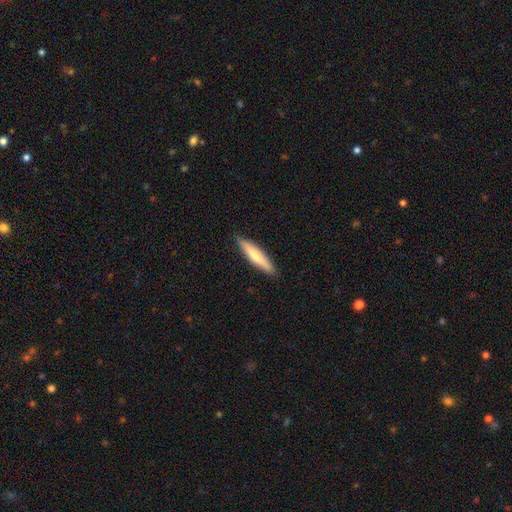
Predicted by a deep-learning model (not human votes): A smooth galaxy with no disk features (66%) that is cigar-shaped (86%). Merging: none (88%).